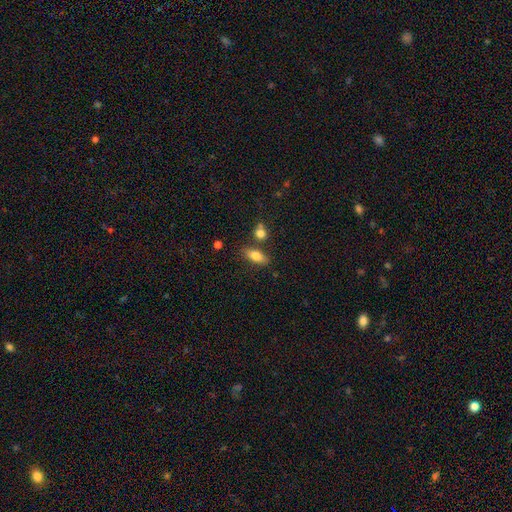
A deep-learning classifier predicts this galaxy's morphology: smooth_or_featured: smooth (p=0.79) [alt: featured or disk p=0.13]
how_rounded: in between (p=0.79) [alt: cigar-shaped p=0.16]
merging: none (p=0.75) [alt: minor disturbance p=0.12]